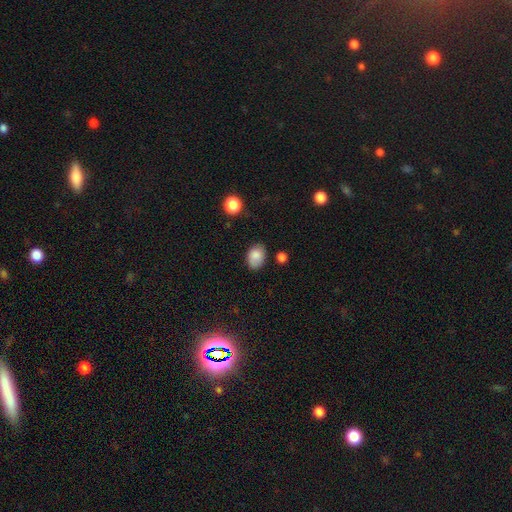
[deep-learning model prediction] Morphology: type=smooth (84%); roundness=in between (76%); merging=none (70%).